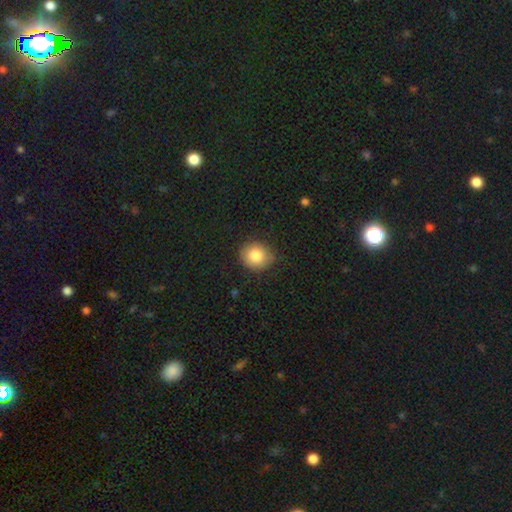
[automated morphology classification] The model was most divided on "how rounded": round: 84%, in between: 15%, cigar-shaped: 1%. More confident: smooth or featured — smooth (84%); merging — none (82%).